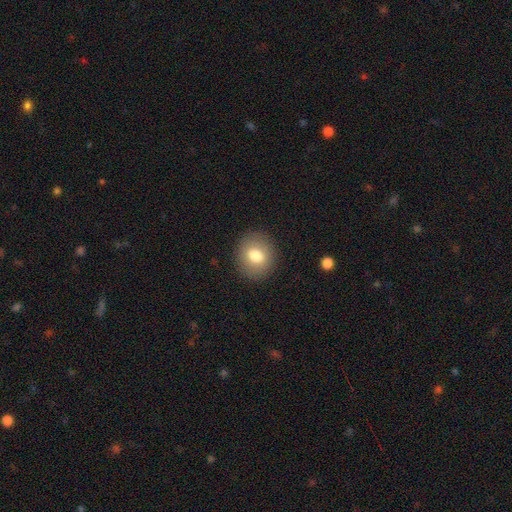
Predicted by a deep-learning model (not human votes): Q: Smooth or featured?
A: smooth (77%); runner-up: featured or disk (14%)
Q: How rounded?
A: round (74%); runner-up: in between (25%)
Q: Merging?
A: none (89%); runner-up: minor disturbance (7%)